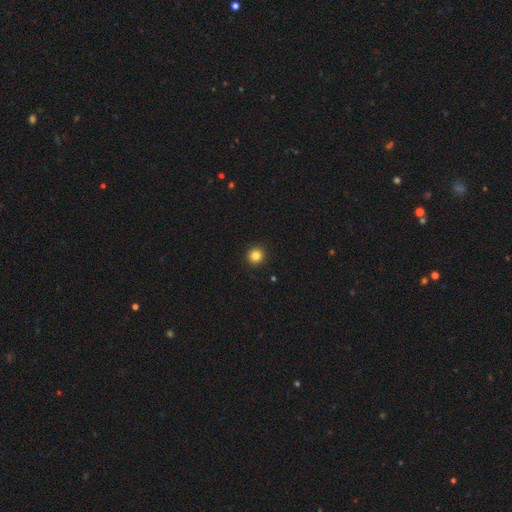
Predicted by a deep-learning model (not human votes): Smooth or featured? smooth (84%)
How rounded? round (94%)
Merging? none (93%)